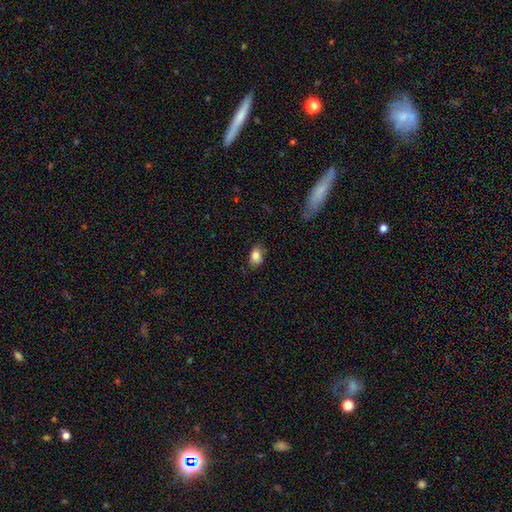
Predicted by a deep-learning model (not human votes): smooth-or-featured: smooth: 84% | star or artifact: 9% | featured or disk: 7%
  how-rounded: in between: 82% | round: 17% | cigar-shaped: 1%
  merging: none: 82% | minor disturbance: 14% | major disturbance: 3% | merger: 1%